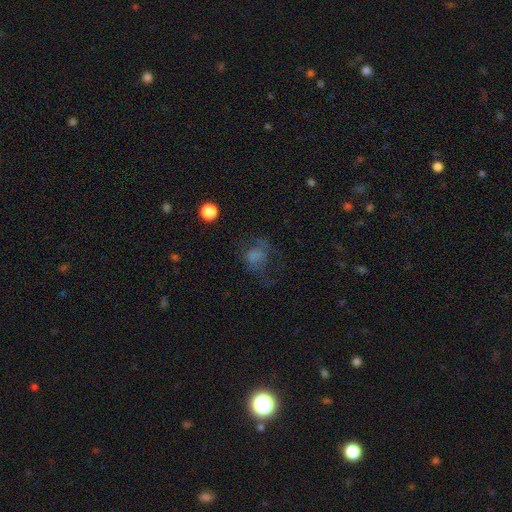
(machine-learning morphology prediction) A smooth galaxy with no disk features (58%) that is round (58%). Merging: none (39%).